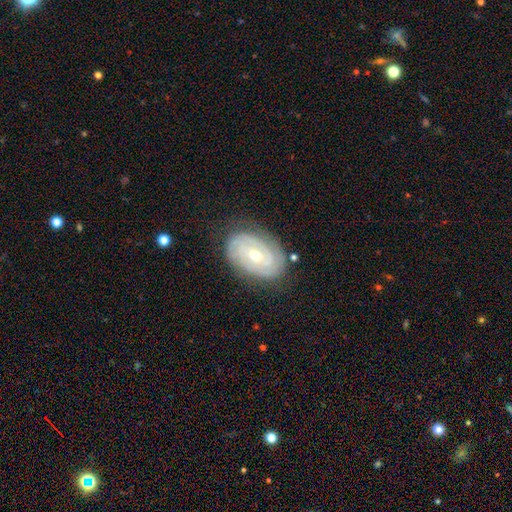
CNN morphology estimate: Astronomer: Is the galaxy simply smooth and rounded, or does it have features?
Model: featured or disk — 84%.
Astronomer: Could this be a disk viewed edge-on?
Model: no — 96%.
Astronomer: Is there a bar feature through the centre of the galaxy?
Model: no — 59%.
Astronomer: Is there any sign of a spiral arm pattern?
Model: yes — 94%.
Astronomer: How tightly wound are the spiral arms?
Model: tight — 80%.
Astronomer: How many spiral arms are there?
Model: can't tell — 31%, tied with 2 at 31%.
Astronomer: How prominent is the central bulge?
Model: moderate — 55% (runner-up: small, 42%).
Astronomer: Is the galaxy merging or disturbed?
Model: none — 79%.